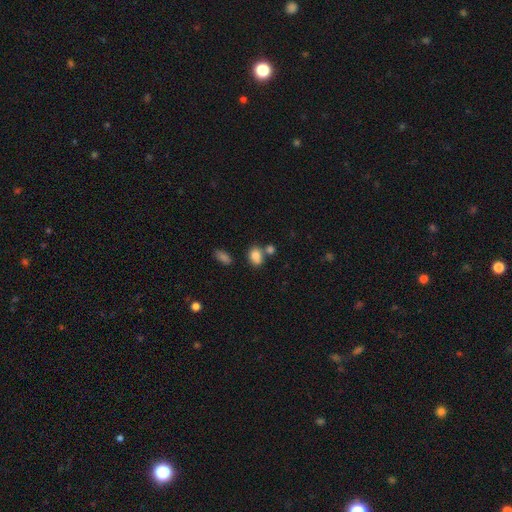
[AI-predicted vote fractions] Smooth or featured? Predicted: smooth (p=0.83). How rounded? Predicted: in between (p=0.63). Merging? Predicted: none (p=0.54).